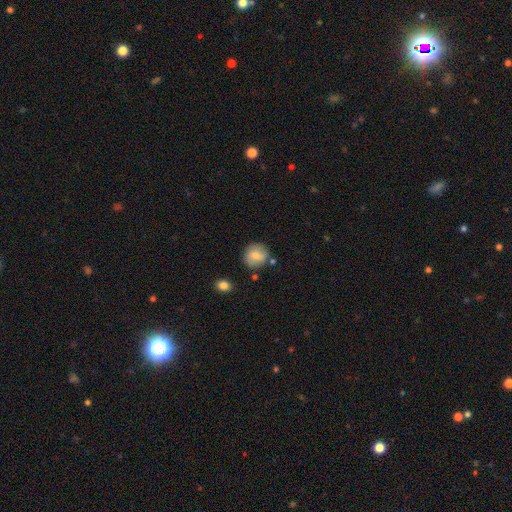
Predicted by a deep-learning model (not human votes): Smooth or featured? smooth (77%)
How rounded? round (87%)
Merging? none (80%)